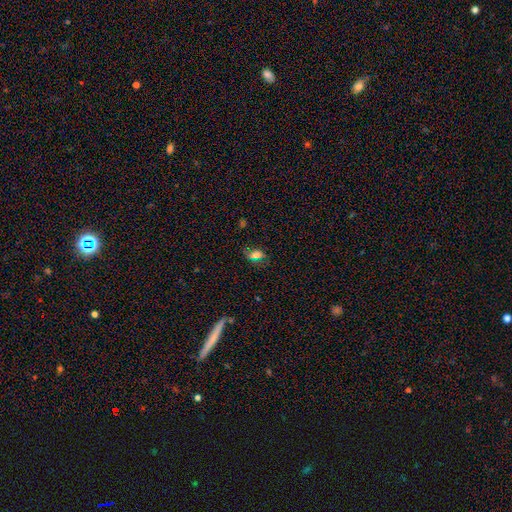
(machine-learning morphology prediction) A smooth galaxy with no disk features (64%) that is in between round and cigar-shaped (81%).

Vote fractions:
- Smooth or featured? smooth: 64% / featured or disk: 20% / star or artifact: 16%
- How rounded? in between: 81% / round: 14% / cigar-shaped: 5%
- Merging? none: 60% / minor disturbance: 24% / major disturbance: 13% / merger: 3%